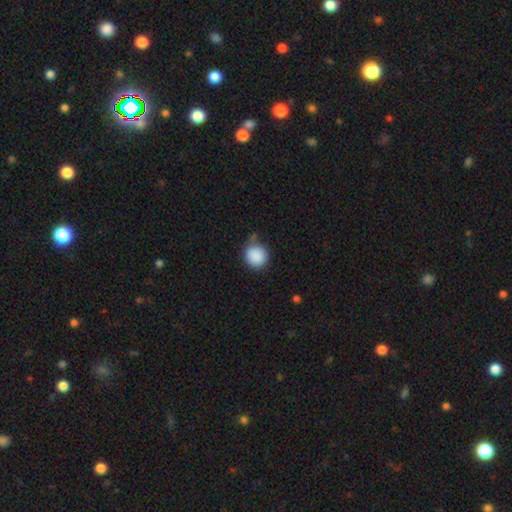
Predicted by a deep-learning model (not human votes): A smooth galaxy with no disk features (89%) that is round (90%). Merging: none (76%).